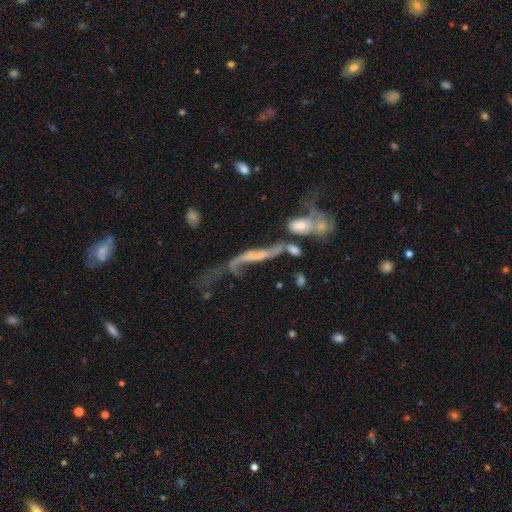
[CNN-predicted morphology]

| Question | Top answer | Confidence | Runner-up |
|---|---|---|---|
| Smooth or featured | featured or disk | 68% | smooth (19%) |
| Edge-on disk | no | 75% | yes (25%) |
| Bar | no | 50% | weak (27%) |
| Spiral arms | yes | 70% | no (30%) |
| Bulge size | none | 49% | small (31%) |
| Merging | merger | 34% | major disturbance (30%) |